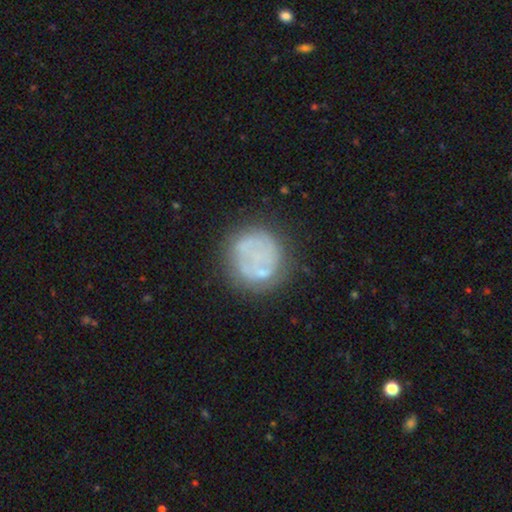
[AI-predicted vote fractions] smooth_or_featured: smooth (p=0.44) [alt: featured or disk p=0.42]
merging: none (p=0.68) [alt: minor disturbance p=0.17]